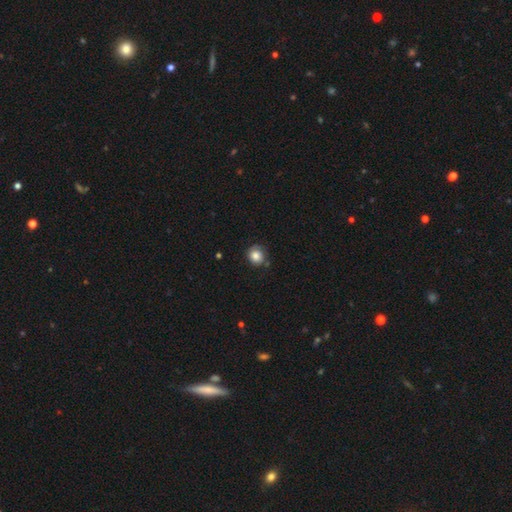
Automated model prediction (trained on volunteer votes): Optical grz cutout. It shows a smooth galaxy with no disk features (80%) that is round (86%). Merging: none (71%).